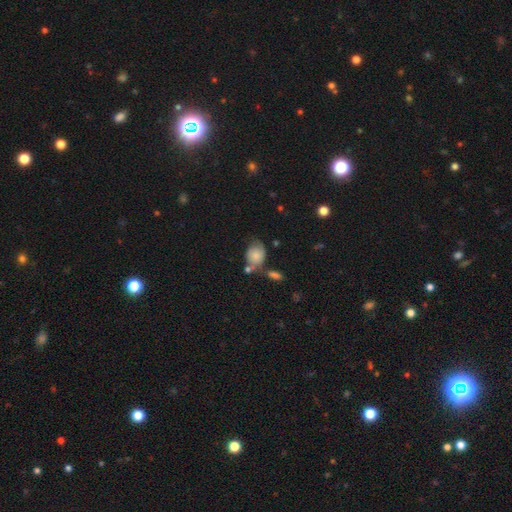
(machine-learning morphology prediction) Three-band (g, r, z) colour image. It shows a smooth galaxy with no disk features (76%) that is in between round and cigar-shaped (59%). Merging: none (43%).